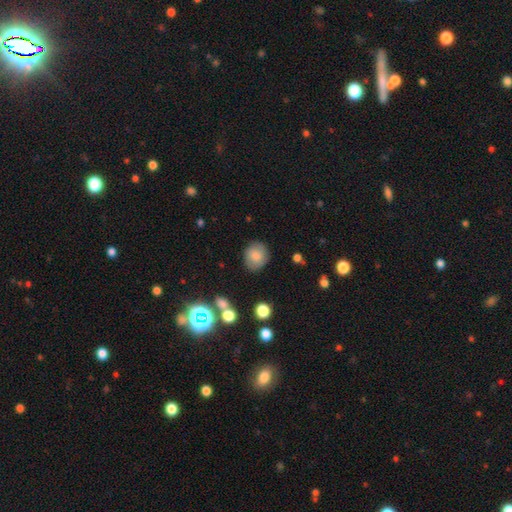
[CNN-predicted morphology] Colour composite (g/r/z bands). It shows a smooth galaxy with no disk features (79%) that is round (72%). Merging: none (82%).